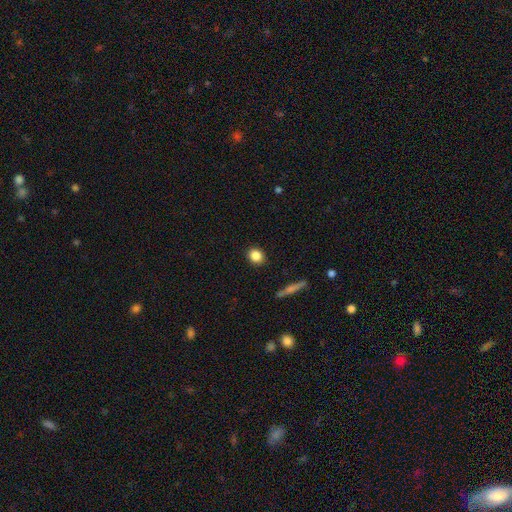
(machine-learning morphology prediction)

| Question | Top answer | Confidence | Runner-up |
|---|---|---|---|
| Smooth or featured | smooth | 85% | star or artifact (9%) |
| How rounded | round | 68% | in between (29%) |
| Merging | none | 90% | minor disturbance (7%) |